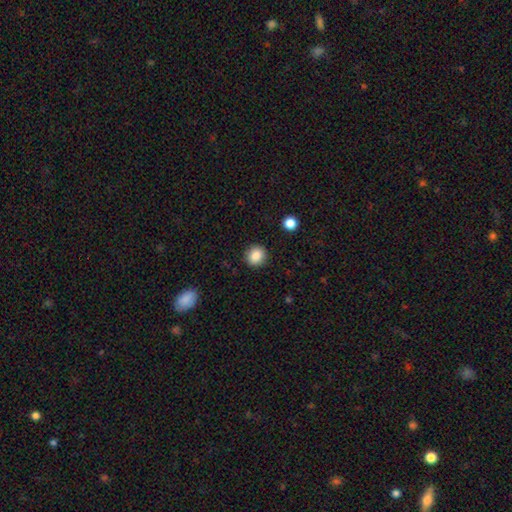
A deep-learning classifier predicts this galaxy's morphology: A smooth galaxy with no disk features (86%) that is round (85%). Merging: none (90%).